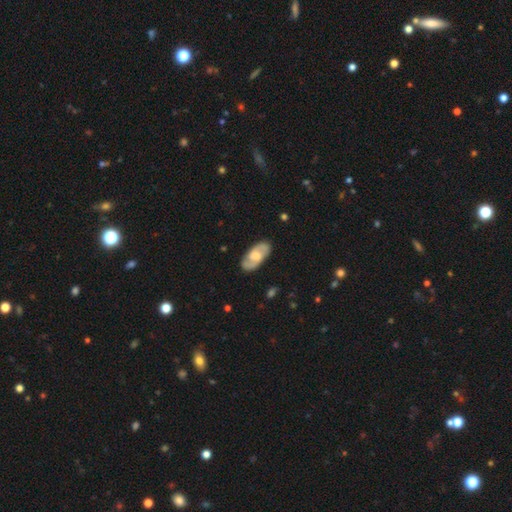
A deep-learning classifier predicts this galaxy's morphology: Smooth or featured? featured or disk (67%)
Edge-on disk? no (93%)
Bar? no (48%)
Spiral arms? yes (87%)
Spiral winding? medium (48%)
Spiral arm count? 2 (84%)
Bulge size? moderate (42%)
Merging? none (82%)